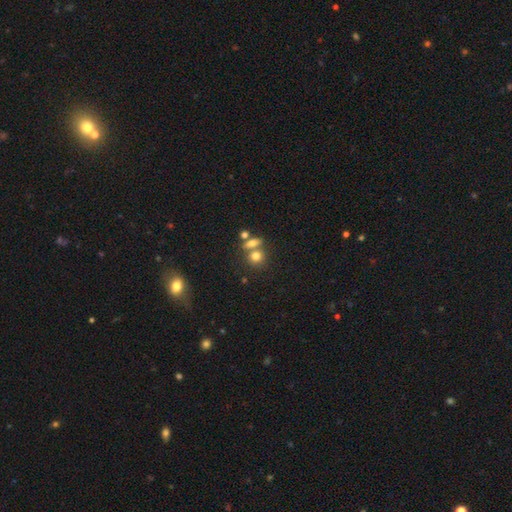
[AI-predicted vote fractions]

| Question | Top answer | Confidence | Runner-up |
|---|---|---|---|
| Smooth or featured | smooth | 74% | star or artifact (14%) |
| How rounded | round | 71% | in between (27%) |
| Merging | none | 49% | merger (37%) |